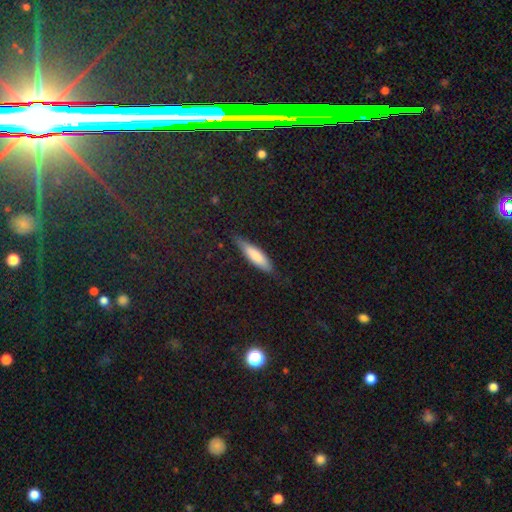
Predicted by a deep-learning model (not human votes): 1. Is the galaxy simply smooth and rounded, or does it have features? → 78% smooth, 17% featured or disk, 6% star or artifact.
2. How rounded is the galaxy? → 65% cigar-shaped, 33% in between, 2% round.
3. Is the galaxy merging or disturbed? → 76% none, 19% minor disturbance, 4% major disturbance, 1% merger.